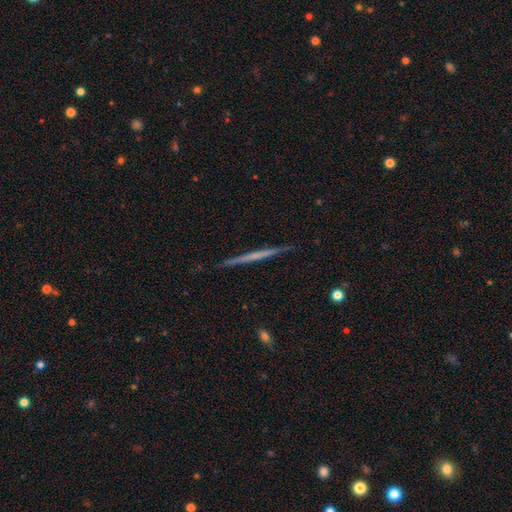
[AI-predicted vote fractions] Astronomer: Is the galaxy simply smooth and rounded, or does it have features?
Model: featured or disk — 59% (runner-up: smooth, 36%).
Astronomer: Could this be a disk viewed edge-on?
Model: yes — 98%.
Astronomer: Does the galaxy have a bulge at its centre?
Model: none — 88%.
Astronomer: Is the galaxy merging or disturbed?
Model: none — 91%.